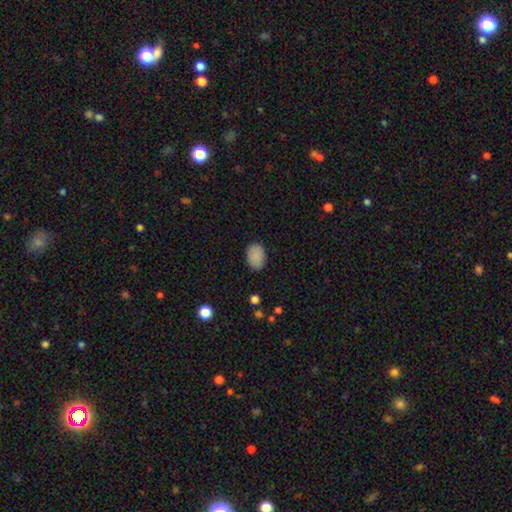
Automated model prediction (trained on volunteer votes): Overall: smooth (88%). How rounded: in between (83%). Merging: none (85%).